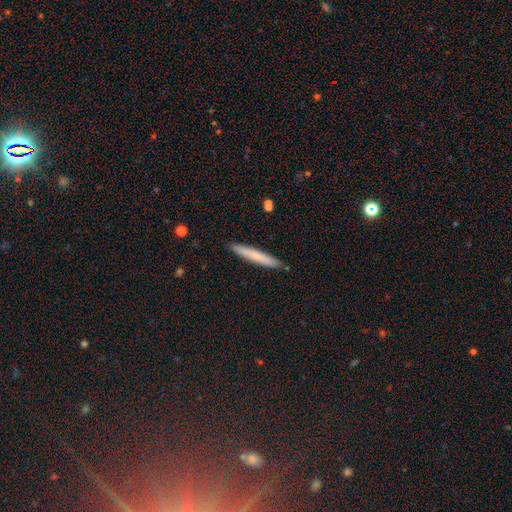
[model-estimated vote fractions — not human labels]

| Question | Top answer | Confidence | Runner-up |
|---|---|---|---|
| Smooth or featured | smooth | 71% | featured or disk (23%) |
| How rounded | cigar-shaped | 96% | in between (3%) |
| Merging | none | 91% | minor disturbance (7%) |